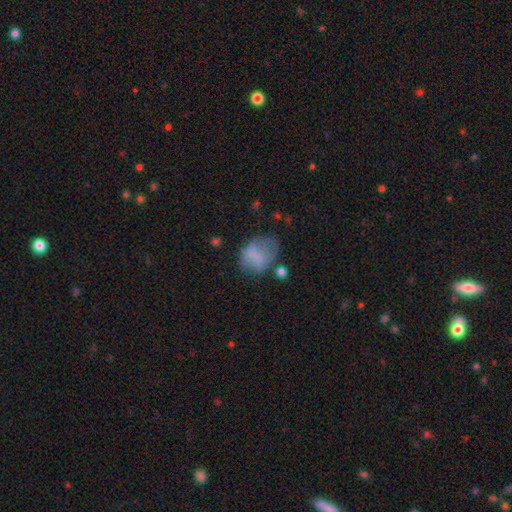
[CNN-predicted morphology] This appears to be a smooth galaxy with no disk features (61%) that is in between round and cigar-shaped (59%). Merging: none (41%).